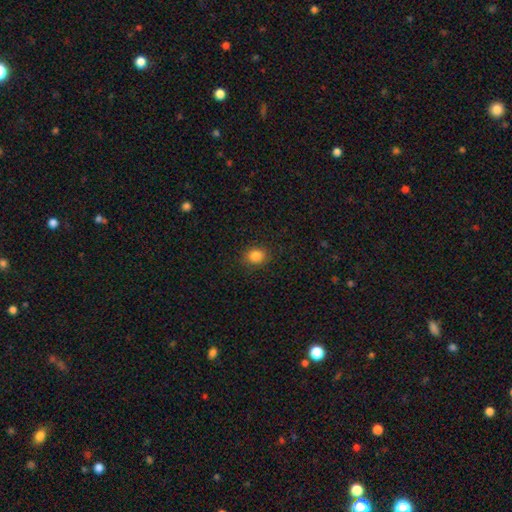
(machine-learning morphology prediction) This appears to be a smooth galaxy with no disk features (85%) that is round (65%). Merging: none (87%).